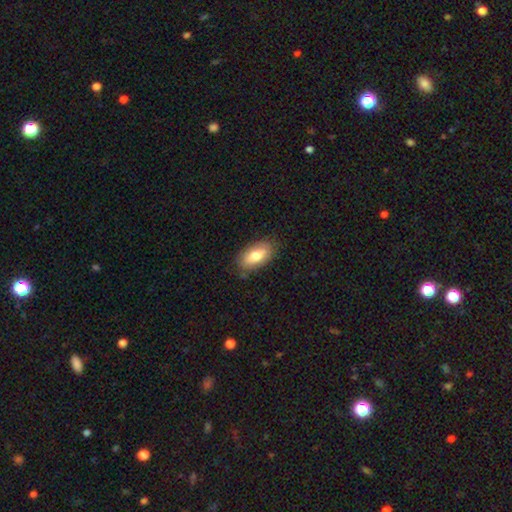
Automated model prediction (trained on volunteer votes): A smooth galaxy with no disk features (76%) that is in between round and cigar-shaped (89%). Merging: none (83%).